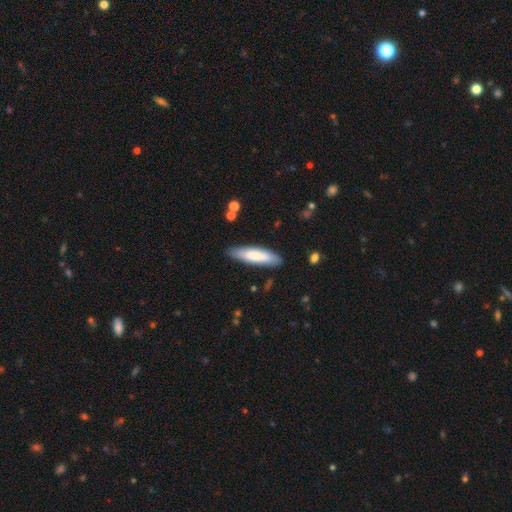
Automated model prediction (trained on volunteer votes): Smooth or featured? Predicted: smooth (p=0.76). How rounded? Predicted: cigar-shaped (p=0.69). Merging? Predicted: none (p=0.85).